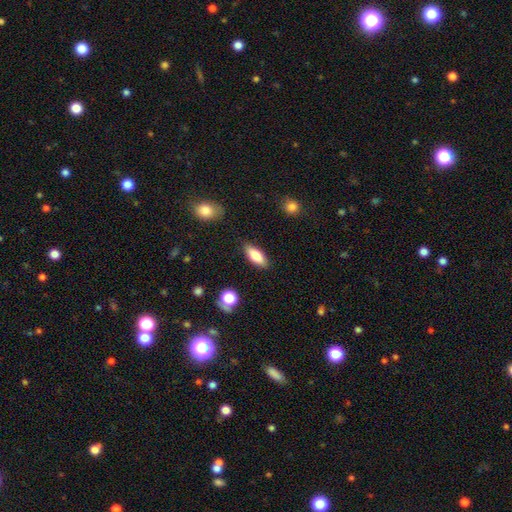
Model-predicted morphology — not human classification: Smooth or featured?
  - smooth: 77% *
  - featured or disk: 16%
  - star or artifact: 7%
How rounded?
  - in between: 74% *
  - cigar-shaped: 23%
  - round: 3%
Merging?
  - none: 86% *
  - minor disturbance: 10%
  - major disturbance: 2%
  - merger: 2%